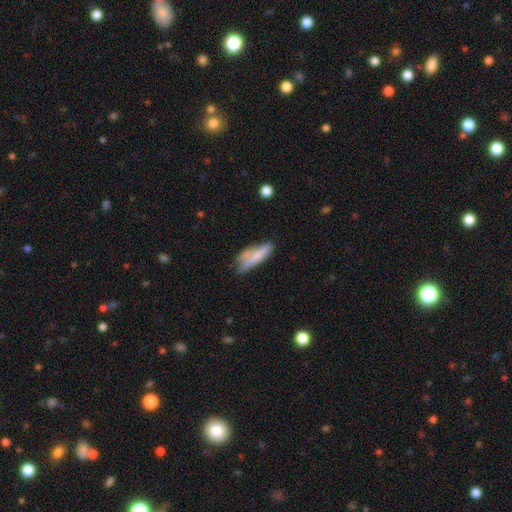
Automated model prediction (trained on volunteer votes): Morphology: type=smooth (71%); roundness=cigar-shaped (55%); merging=none (43%).